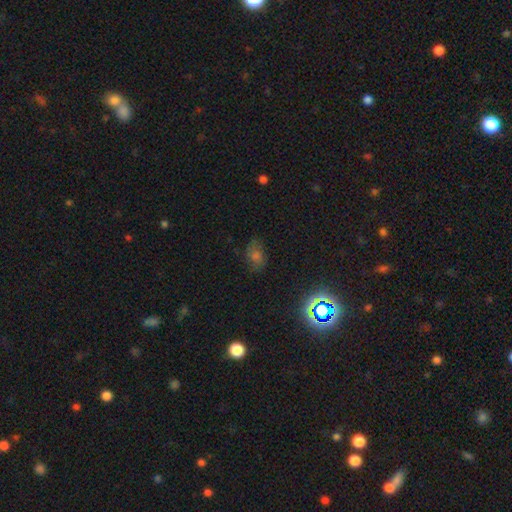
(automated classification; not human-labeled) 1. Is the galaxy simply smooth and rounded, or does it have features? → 48% smooth, 35% star or artifact, 17% featured or disk.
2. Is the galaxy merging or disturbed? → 71% none, 19% minor disturbance, 7% major disturbance, 2% merger.